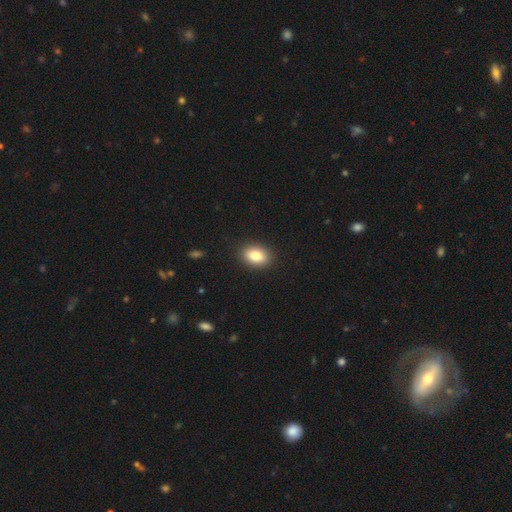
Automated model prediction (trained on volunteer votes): A smooth galaxy with no disk features (84%) that is in between round and cigar-shaped (83%).

Vote fractions:
- Smooth or featured? smooth: 84% / star or artifact: 8% / featured or disk: 8%
- How rounded? in between: 83% / round: 15% / cigar-shaped: 1%
- Merging? none: 90% / minor disturbance: 7% / major disturbance: 2% / merger: 1%